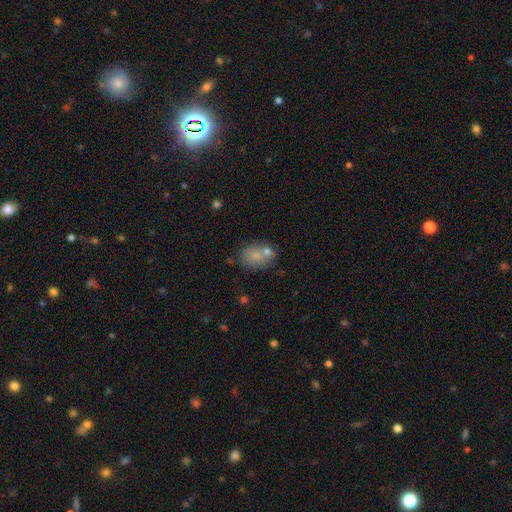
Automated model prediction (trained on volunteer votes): A smooth galaxy with no disk features (75%) that is in between round and cigar-shaped (61%).

Vote fractions:
- Smooth or featured? smooth: 75% / featured or disk: 15% / star or artifact: 10%
- How rounded? in between: 61% / round: 38% / cigar-shaped: 1%
- Merging? none: 55% / merger: 24% / minor disturbance: 16% / major disturbance: 5%